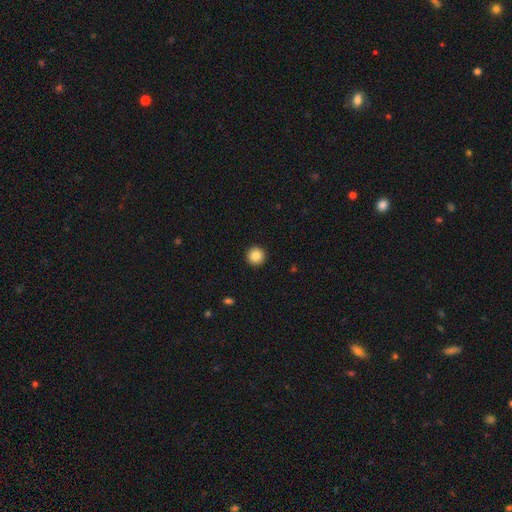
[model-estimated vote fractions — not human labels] This appears to be a smooth galaxy with no disk features (86%) that is round (96%). Merging: none (93%).